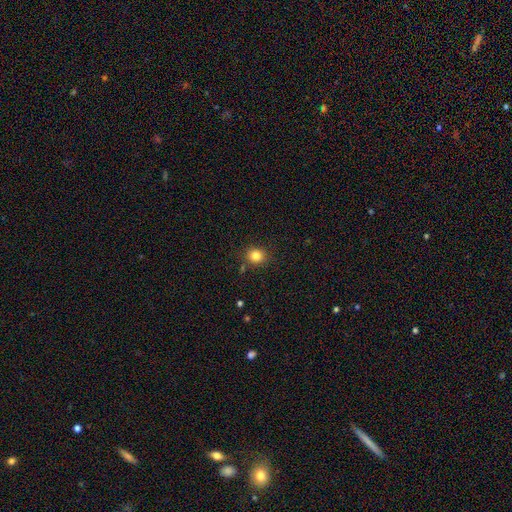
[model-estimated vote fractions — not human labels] A smooth galaxy with no disk features (83%) that is round (83%).

Vote fractions:
- Smooth or featured? smooth: 83% / star or artifact: 12% / featured or disk: 5%
- How rounded? round: 83% / in between: 16% / cigar-shaped: 1%
- Merging? none: 85% / minor disturbance: 9% / merger: 3% / major disturbance: 3%